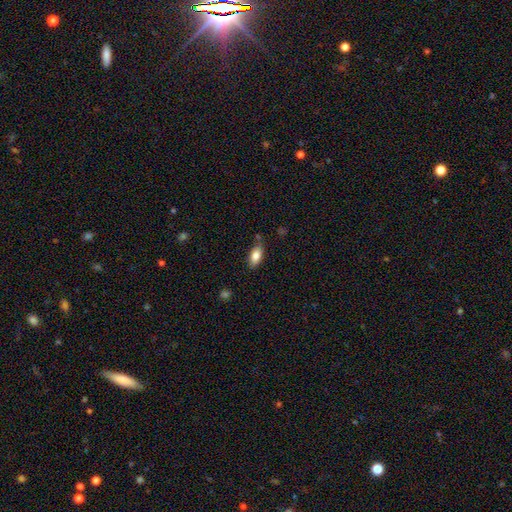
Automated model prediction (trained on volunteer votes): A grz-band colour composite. It shows a smooth galaxy with no disk features (83%) that is in between round and cigar-shaped (89%). Merging: none (77%).